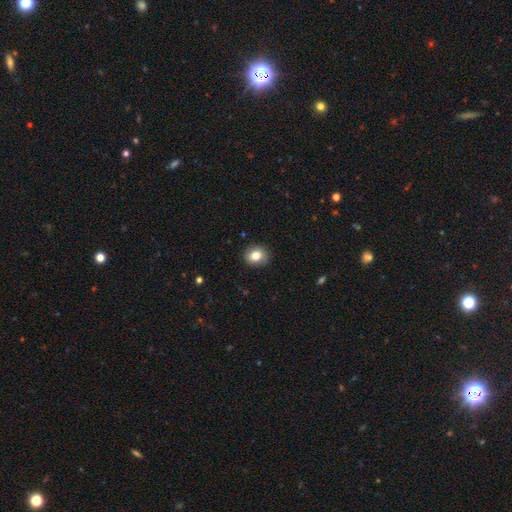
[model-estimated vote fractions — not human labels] Smooth or featured?
  - smooth: 81% *
  - featured or disk: 10%
  - star or artifact: 9%
How rounded?
  - round: 66% *
  - in between: 33%
  - cigar-shaped: 1%
Merging?
  - none: 87% *
  - minor disturbance: 9%
  - major disturbance: 2%
  - merger: 1%